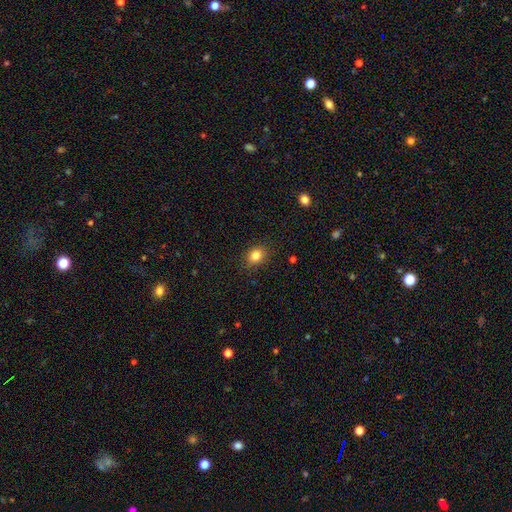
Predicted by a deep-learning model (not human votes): Q: Smooth or featured?
A: smooth (84%); runner-up: star or artifact (10%)
Q: How rounded?
A: in between (53%); runner-up: round (46%)
Q: Merging?
A: none (87%); runner-up: minor disturbance (10%)